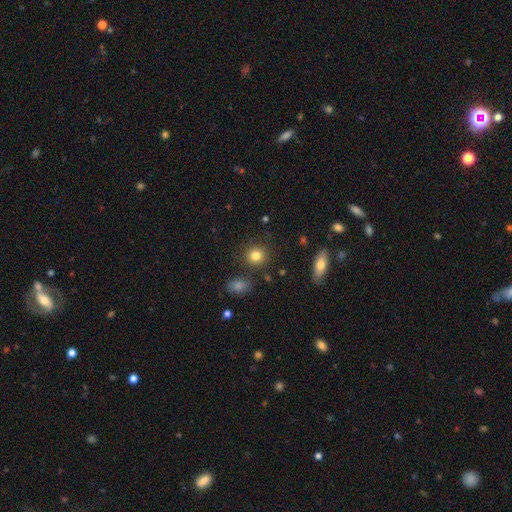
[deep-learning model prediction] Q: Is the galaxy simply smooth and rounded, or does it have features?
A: smooth — 83%.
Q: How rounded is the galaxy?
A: round — 85%.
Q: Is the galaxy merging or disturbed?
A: none — 85%.